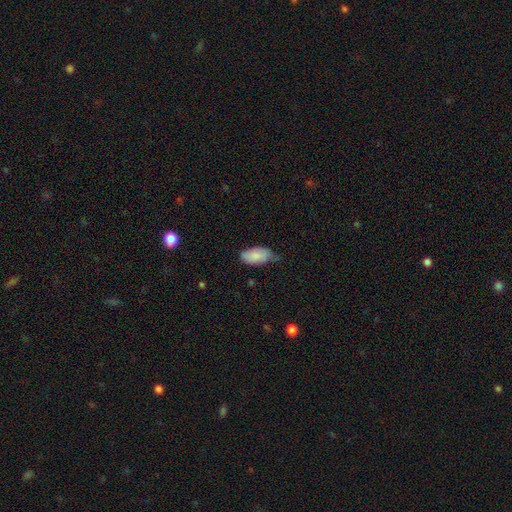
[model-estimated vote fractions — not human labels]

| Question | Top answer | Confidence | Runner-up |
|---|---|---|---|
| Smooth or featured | smooth | 84% | featured or disk (10%) |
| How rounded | in between | 94% | cigar-shaped (4%) |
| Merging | none | 46% | minor disturbance (45%) |